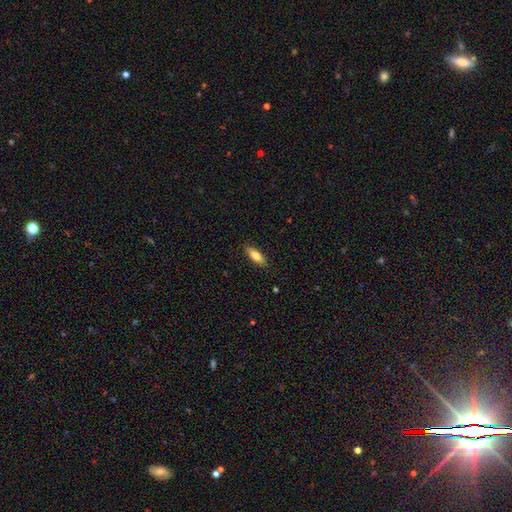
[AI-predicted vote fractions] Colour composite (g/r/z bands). It shows a smooth galaxy with no disk features (79%) that is in between round and cigar-shaped (67%). Merging: none (87%).